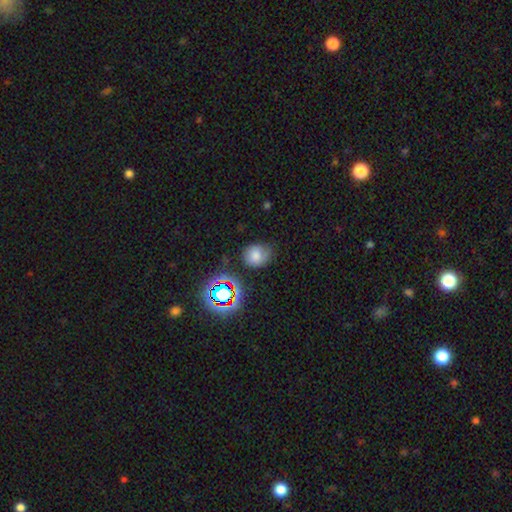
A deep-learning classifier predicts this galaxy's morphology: Smooth or featured? Predicted: smooth (p=0.68). How rounded? Predicted: round (p=0.58). Merging? Predicted: none (p=0.64).